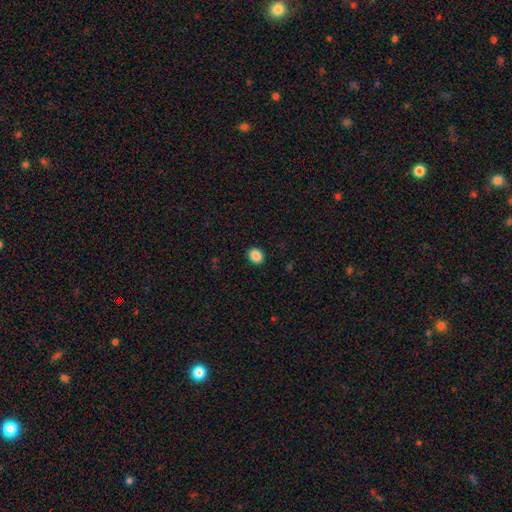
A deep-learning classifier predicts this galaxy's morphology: smooth_or_featured: smooth (p=0.88) [alt: star or artifact p=0.09]
how_rounded: round (p=0.56) [alt: in between p=0.43]
merging: none (p=0.91) [alt: minor disturbance p=0.07]